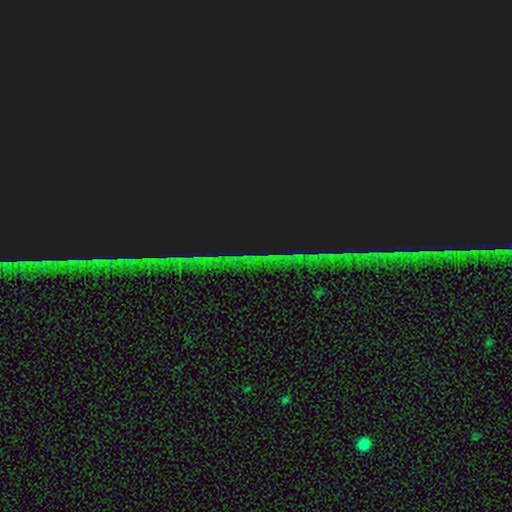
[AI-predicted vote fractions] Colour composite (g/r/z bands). It shows a star or artifact, not a galaxy (85%).